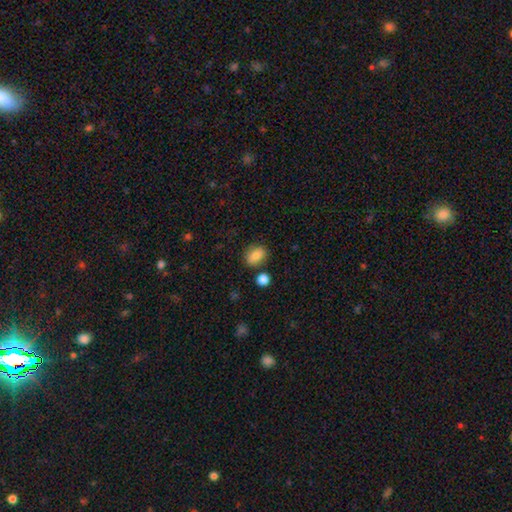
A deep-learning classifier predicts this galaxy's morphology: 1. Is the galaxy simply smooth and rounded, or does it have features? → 83% smooth, 9% star or artifact, 8% featured or disk.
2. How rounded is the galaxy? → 66% in between, 32% round, 2% cigar-shaped.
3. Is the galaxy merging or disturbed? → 80% none, 12% minor disturbance, 5% merger, 3% major disturbance.